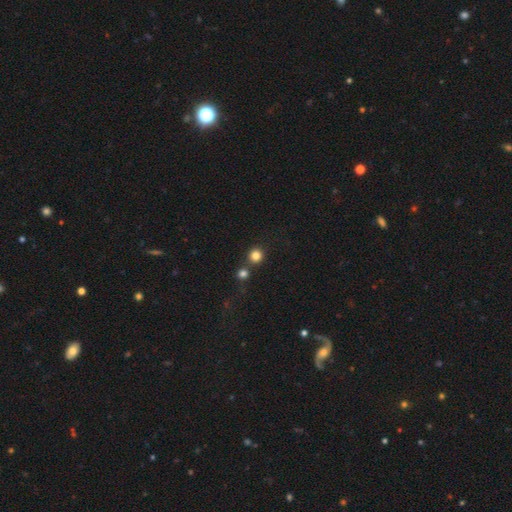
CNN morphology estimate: Smooth or featured? Predicted: smooth (p=0.81). How rounded? Predicted: round (p=0.92). Merging? Predicted: none (p=0.75).